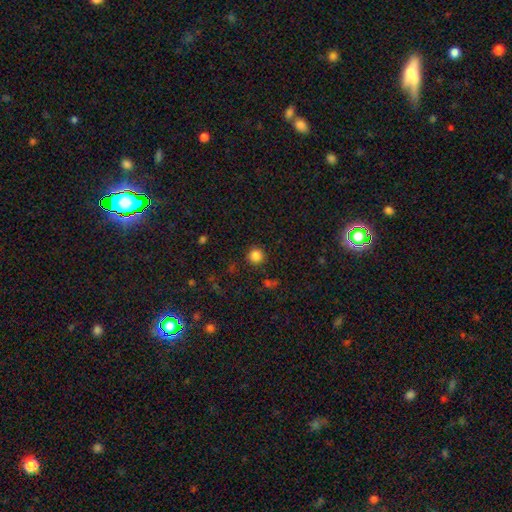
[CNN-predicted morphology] This appears to be a smooth galaxy with no disk features (84%) that is round (95%). Merging: none (91%).